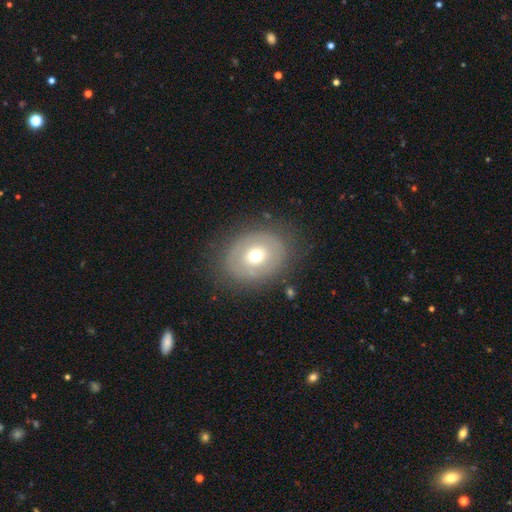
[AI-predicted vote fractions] Q: Smooth or featured?
A: smooth (47%); runner-up: featured or disk (45%)
Q: Merging?
A: none (82%); runner-up: minor disturbance (11%)